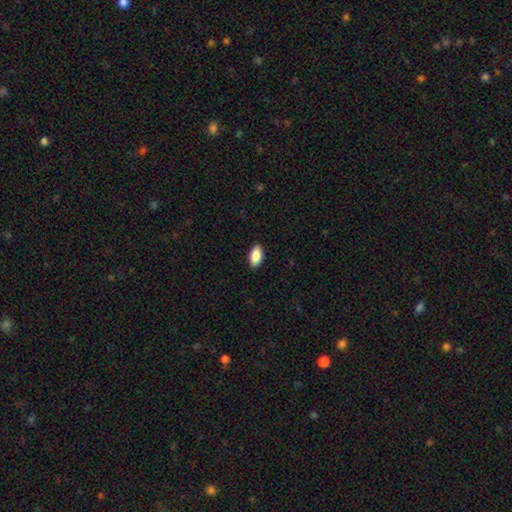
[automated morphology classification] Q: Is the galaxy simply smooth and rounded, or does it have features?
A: smooth — 88%.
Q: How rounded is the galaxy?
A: in between — 93%.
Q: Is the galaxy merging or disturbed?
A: none — 89%.